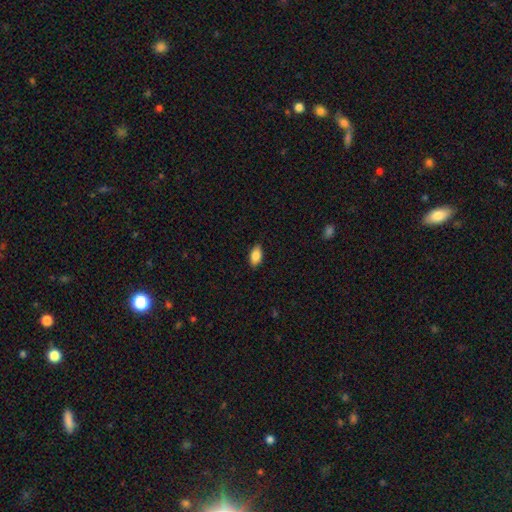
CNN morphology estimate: A smooth galaxy with no disk features (85%) that is in between round and cigar-shaped (91%). Merging: none (86%).